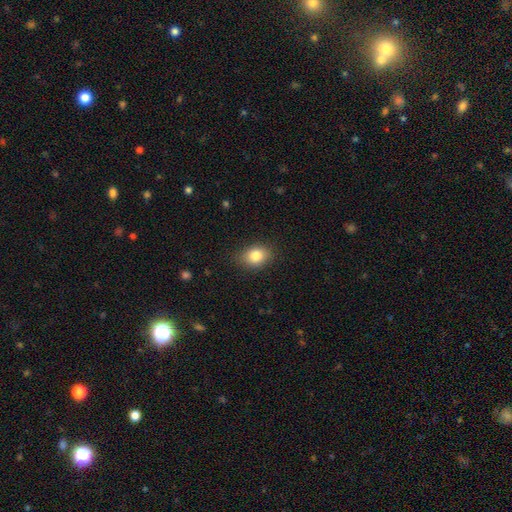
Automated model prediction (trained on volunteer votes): Morphology: type=smooth (82%); roundness=in between (68%); merging=none (85%).